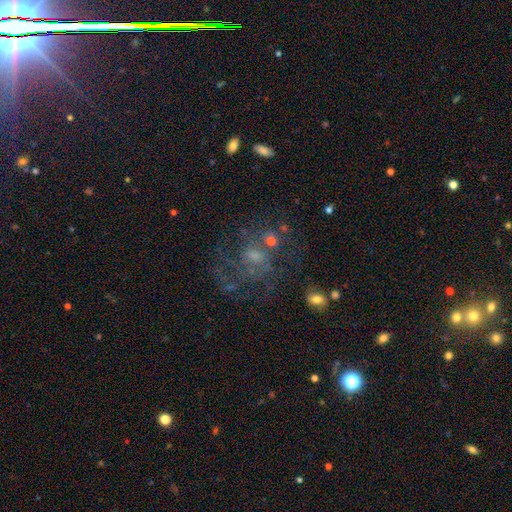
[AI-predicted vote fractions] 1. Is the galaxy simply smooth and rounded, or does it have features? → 59% featured or disk, 22% smooth, 19% star or artifact.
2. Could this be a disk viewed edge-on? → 97% no, 3% yes.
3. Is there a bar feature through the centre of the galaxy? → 74% no, 23% weak, 4% strong.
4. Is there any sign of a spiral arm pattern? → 61% yes, 39% no.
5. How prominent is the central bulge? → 48% small, 31% moderate, 16% none, 3% large, 1% dominant.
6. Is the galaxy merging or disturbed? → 54% none, 23% major disturbance, 17% minor disturbance, 6% merger.